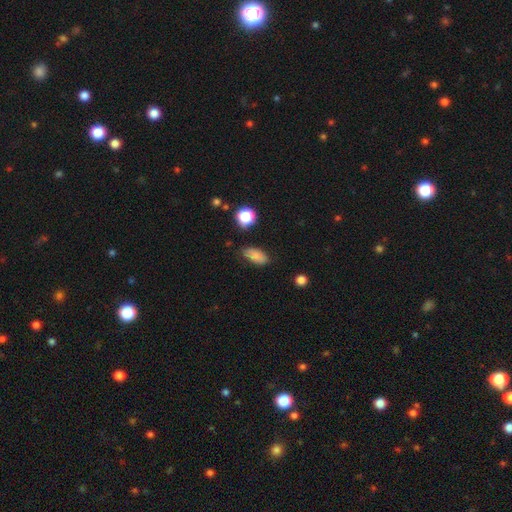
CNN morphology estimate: type=smooth (81%); roundness=in between (86%); merging=none (75%).